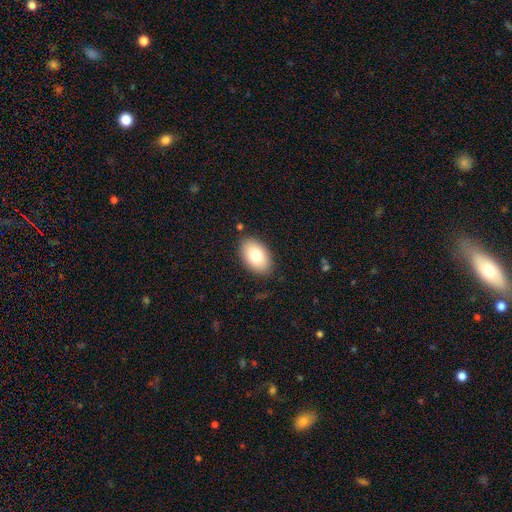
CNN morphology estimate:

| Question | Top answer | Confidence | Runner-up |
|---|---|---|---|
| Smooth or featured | smooth | 78% | featured or disk (15%) |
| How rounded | in between | 90% | round (9%) |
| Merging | none | 86% | minor disturbance (10%) |